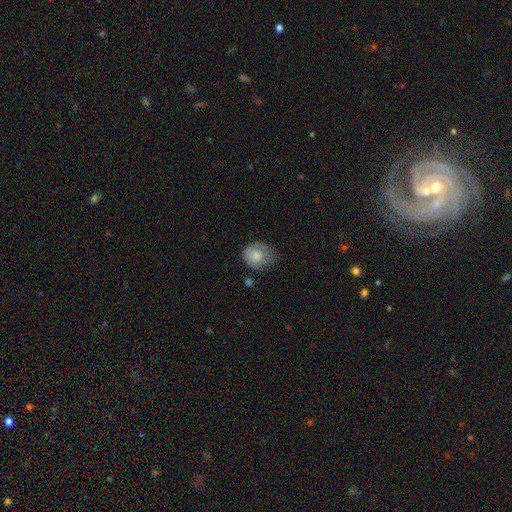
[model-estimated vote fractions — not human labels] The model was most divided on "merging": none: 42%, minor disturbance: 39%, major disturbance: 16%, merger: 3%. More confident: smooth or featured — smooth (78%); how rounded — round (62%).